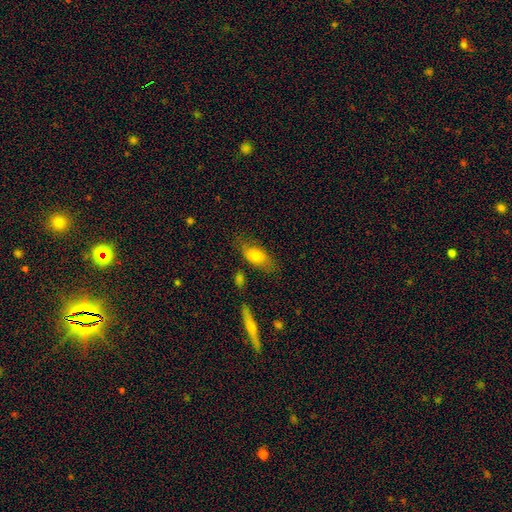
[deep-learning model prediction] Smooth or featured: smooth — 73% (featured or disk — 19%)
How rounded: in between — 87% (cigar-shaped — 8%)
Merging: none — 66% (minor disturbance — 21%)